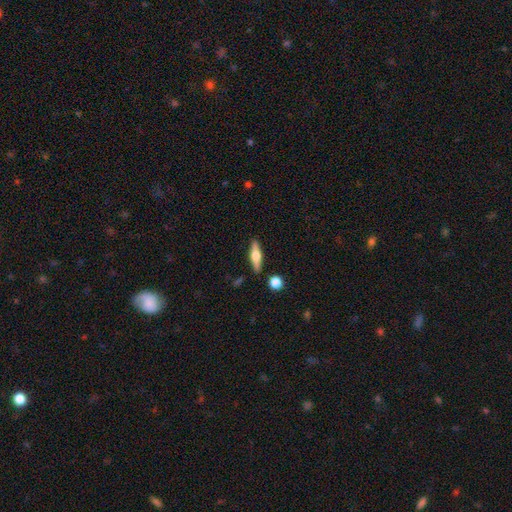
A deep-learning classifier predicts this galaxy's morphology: Smooth or featured?
  - featured or disk: 58% *
  - smooth: 36%
  - star or artifact: 6%
Edge-on disk?
  - yes: 95% *
  - no: 5%
Edge-on bulge?
  - rounded: 92% *
  - boxy: 6%
  - none: 2%
Merging?
  - none: 87% *
  - minor disturbance: 8%
  - merger: 3%
  - major disturbance: 2%